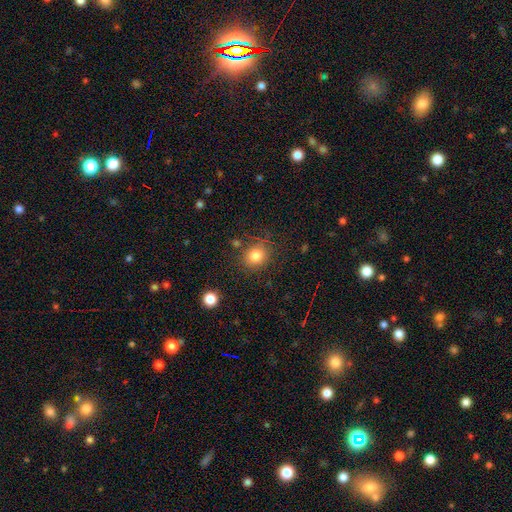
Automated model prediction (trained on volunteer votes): smooth_or_featured: smooth (p=0.83) [alt: star or artifact p=0.11]
how_rounded: round (p=0.72) [alt: in between p=0.28]
merging: none (p=0.78) [alt: minor disturbance p=0.13]